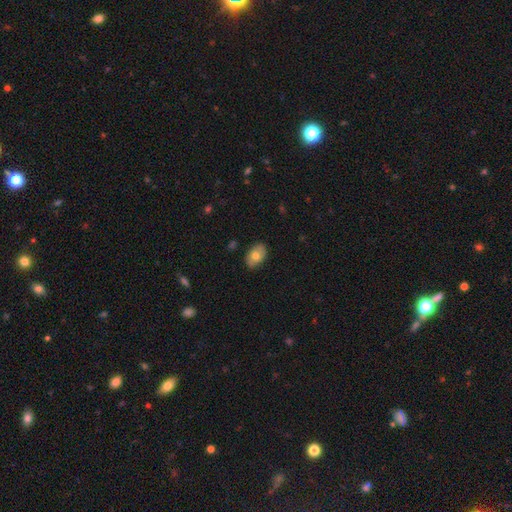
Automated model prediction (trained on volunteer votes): Smooth or featured? smooth (69%)
How rounded? in between (86%)
Merging? none (82%)